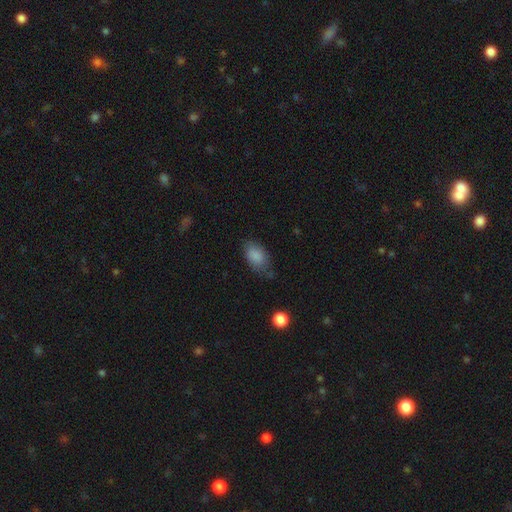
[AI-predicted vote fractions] Q: Smooth or featured?
A: smooth (85%); runner-up: featured or disk (8%)
Q: How rounded?
A: in between (91%); runner-up: round (7%)
Q: Merging?
A: none (66%); runner-up: minor disturbance (25%)